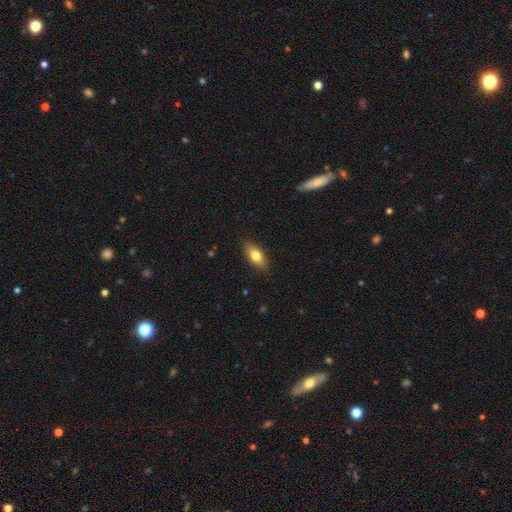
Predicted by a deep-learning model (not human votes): This appears to be a smooth galaxy with no disk features (74%) that is in between round and cigar-shaped (81%). Merging: none (86%).